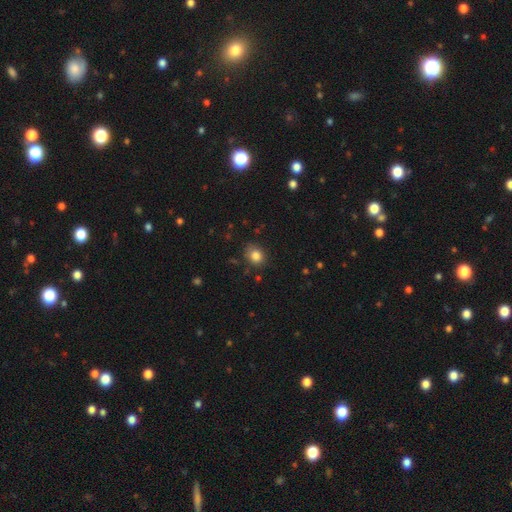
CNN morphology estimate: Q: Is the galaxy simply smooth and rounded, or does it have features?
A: smooth — 83%.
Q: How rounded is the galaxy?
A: round — 64%.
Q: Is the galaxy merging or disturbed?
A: none — 77%.